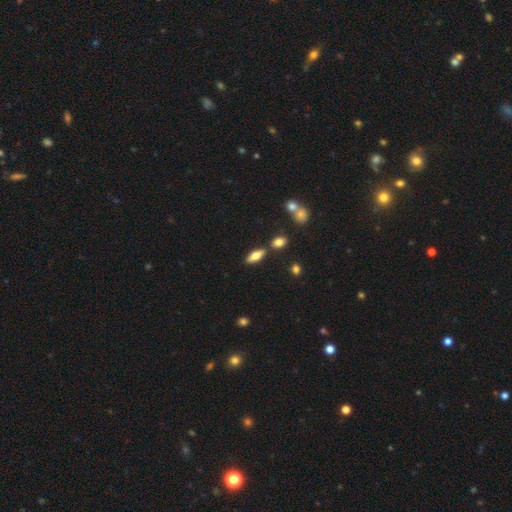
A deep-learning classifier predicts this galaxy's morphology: A smooth galaxy with no disk features (56%) that is in between round and cigar-shaped (67%). Merging: none (77%).